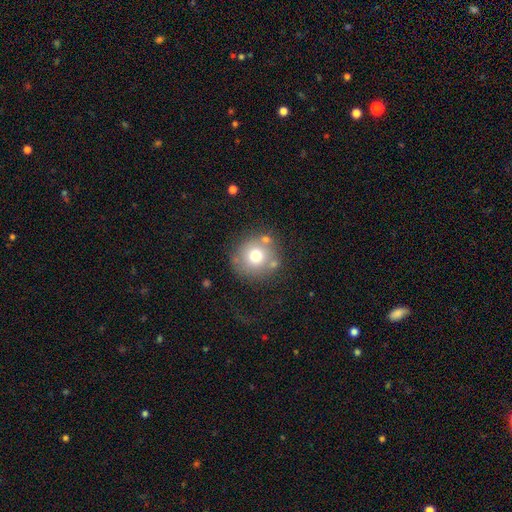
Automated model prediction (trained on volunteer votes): Smooth or featured?
  - smooth: 70% *
  - featured or disk: 17%
  - star or artifact: 12%
How rounded?
  - round: 93% *
  - in between: 6%
  - cigar-shaped: 1%
Merging?
  - none: 73% *
  - minor disturbance: 12%
  - merger: 9%
  - major disturbance: 6%